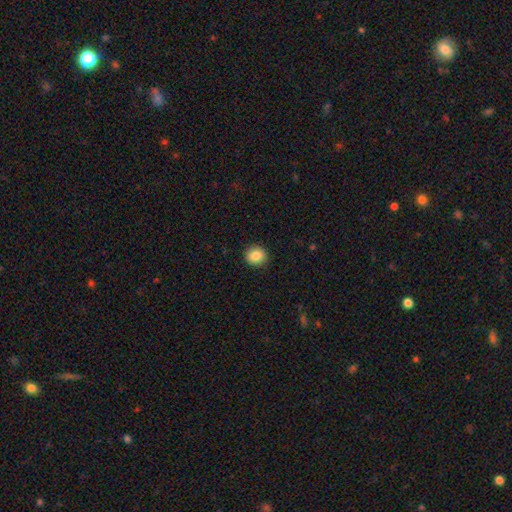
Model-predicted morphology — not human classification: smooth_or_featured: smooth (p=0.86) [alt: star or artifact p=0.09]
how_rounded: round (p=0.85) [alt: in between p=0.14]
merging: none (p=0.90) [alt: minor disturbance p=0.07]